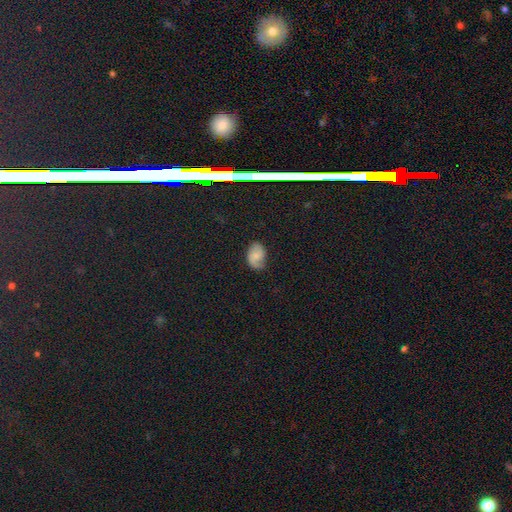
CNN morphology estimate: This appears to be a smooth galaxy with no disk features (49%). Merging: none (65%).